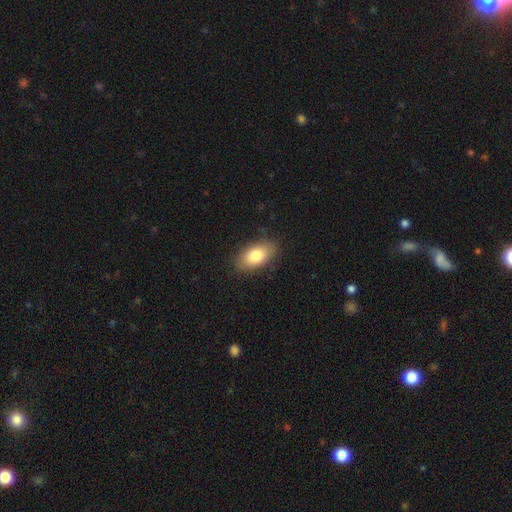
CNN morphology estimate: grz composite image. It shows a smooth galaxy with no disk features (82%) that is in between round and cigar-shaped (92%). Merging: none (85%).